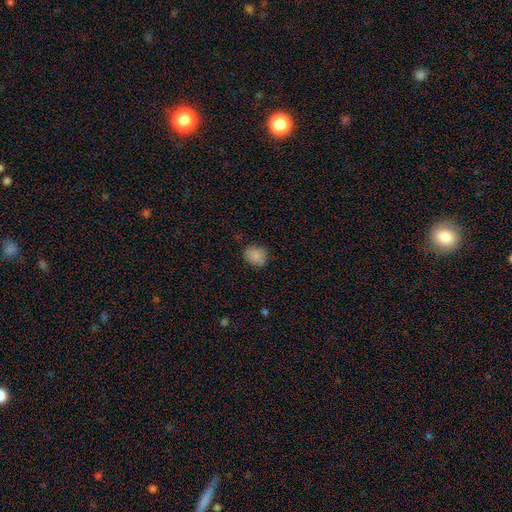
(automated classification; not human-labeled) This is clearly a smooth galaxy (86%). How rounded: likely round (62%). Merging: clearly none (83%).